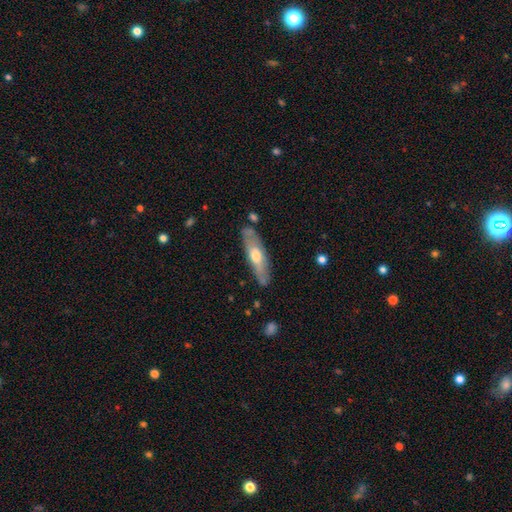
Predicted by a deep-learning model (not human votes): Smooth or featured? featured or disk (48%)
Merging? none (79%)